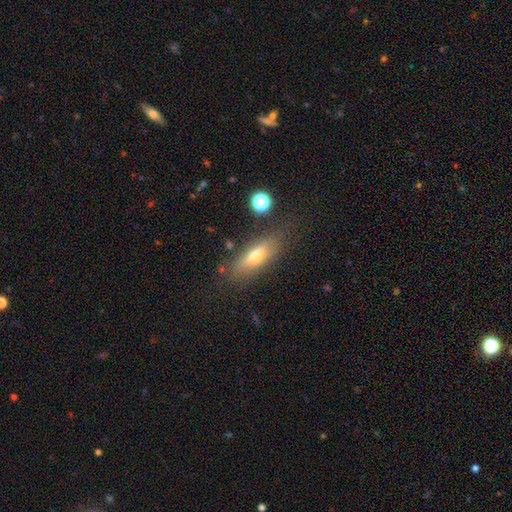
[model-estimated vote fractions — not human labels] smooth 59%, featured or disk 32%, star or artifact 9%. Down the decision tree: how rounded — in between (55%); merging — none (77%).